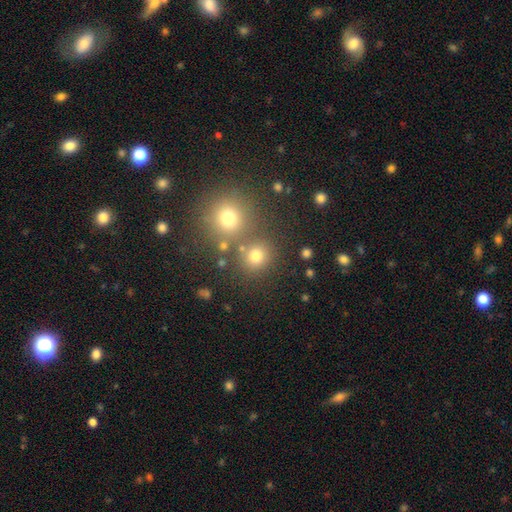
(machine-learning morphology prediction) smooth 74%, star or artifact 19%, featured or disk 7%. Down the decision tree: how rounded — round (87%); merging — none (71%).